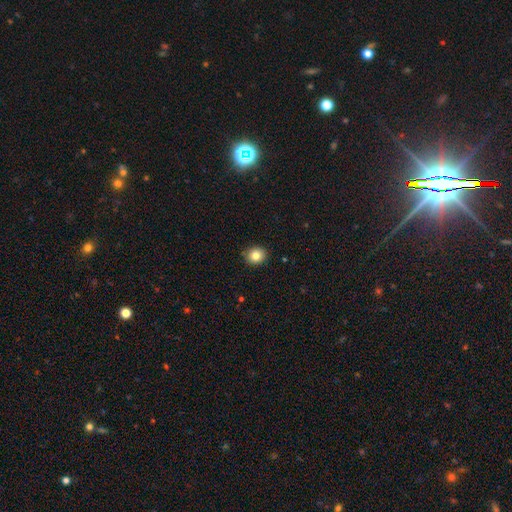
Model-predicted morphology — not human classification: This is clearly a smooth galaxy (82%). How rounded: likely round (76%). Merging: clearly none (90%).